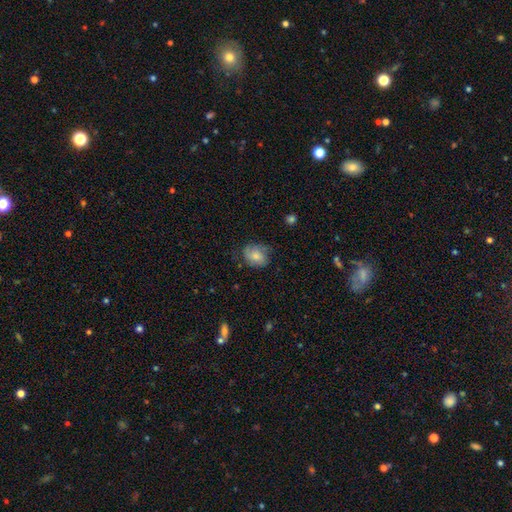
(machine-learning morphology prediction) This appears to be a smooth galaxy with no disk features (68%) that is in between round and cigar-shaped (55%). Merging: none (60%).